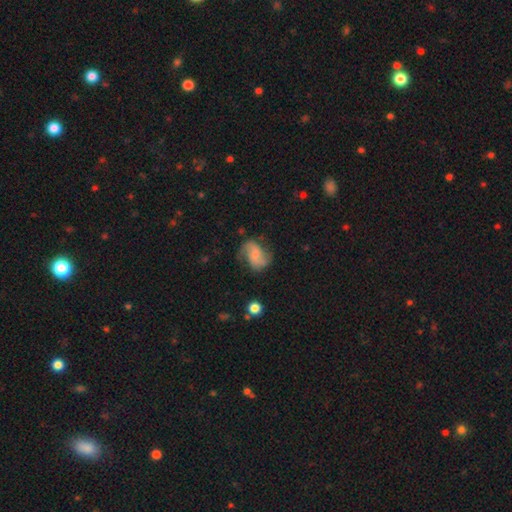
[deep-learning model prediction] Smooth or featured? Predicted: featured or disk (p=0.74). Edge-on disk? Predicted: no (p=0.98). Bar? Predicted: no (p=0.54). Spiral arms? Predicted: yes (p=0.95). Spiral winding? Predicted: loose (p=0.51). Spiral arm count? Predicted: 2 (p=0.90). Bulge size? Predicted: small (p=0.40). Merging? Predicted: none (p=0.65).